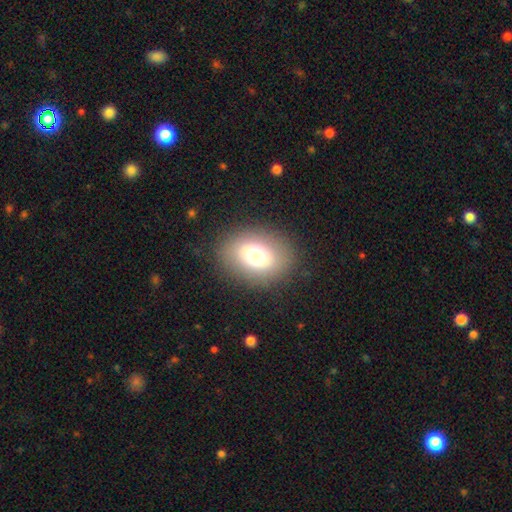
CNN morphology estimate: This appears to be a smooth galaxy with no disk features (71%) that is in between round and cigar-shaped (64%). Merging: none (84%).